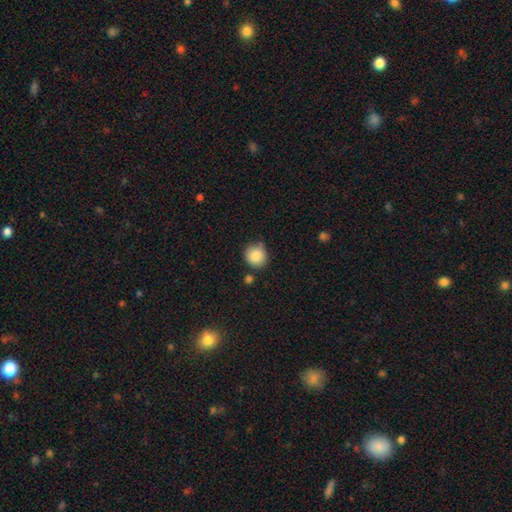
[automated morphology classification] This appears to be a smooth galaxy with no disk features (87%) that is round (88%). Merging: none (73%).